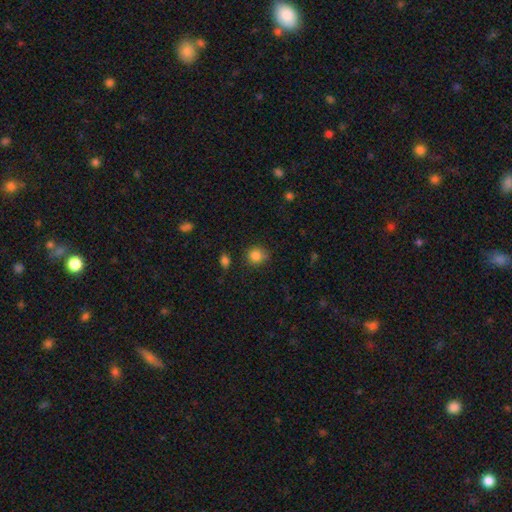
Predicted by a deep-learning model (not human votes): Smooth or featured: smooth — 84% (star or artifact — 11%)
How rounded: round — 84% (in between — 15%)
Merging: none — 76% (minor disturbance — 17%)